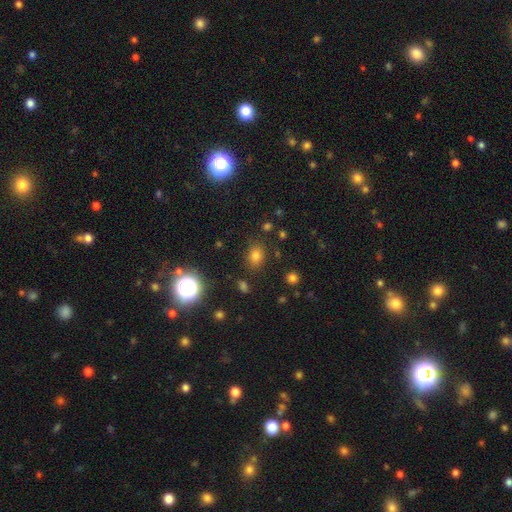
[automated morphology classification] Smooth or featured: smooth — 72% (star or artifact — 21%)
How rounded: in between — 53% (round — 46%)
Merging: none — 84% (minor disturbance — 10%)